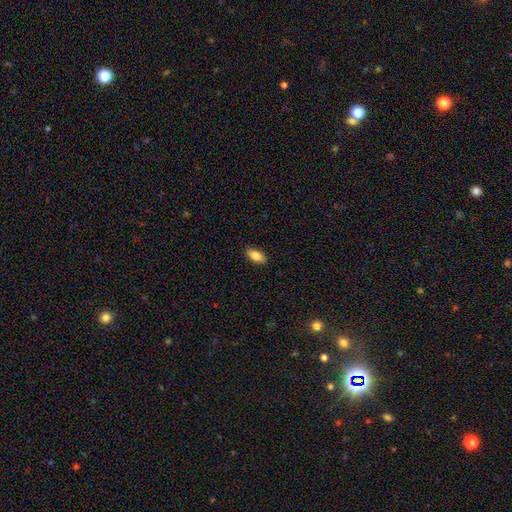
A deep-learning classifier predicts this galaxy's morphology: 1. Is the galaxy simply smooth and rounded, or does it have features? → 85% smooth, 8% featured or disk, 7% star or artifact.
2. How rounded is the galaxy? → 89% in between, 8% cigar-shaped, 3% round.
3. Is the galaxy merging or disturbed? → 87% none, 10% minor disturbance, 2% major disturbance, 1% merger.